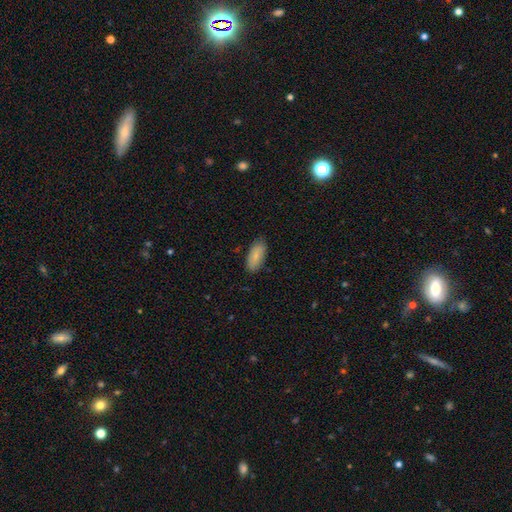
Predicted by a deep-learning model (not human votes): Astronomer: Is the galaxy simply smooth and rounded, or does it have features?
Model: smooth — 83%.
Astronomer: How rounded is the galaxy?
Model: in between — 85%.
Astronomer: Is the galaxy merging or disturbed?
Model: none — 84%.